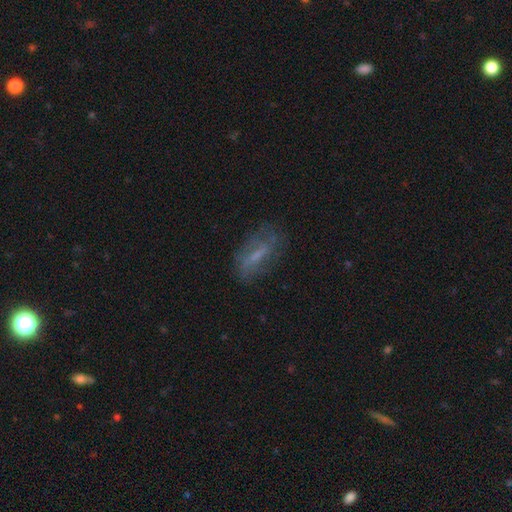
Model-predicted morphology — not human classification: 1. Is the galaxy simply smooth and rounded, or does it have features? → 48% featured or disk, 42% smooth, 10% star or artifact.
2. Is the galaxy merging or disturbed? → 64% none, 22% minor disturbance, 12% major disturbance, 2% merger.